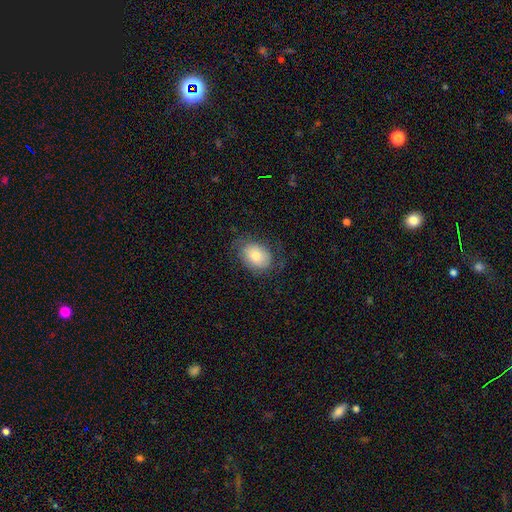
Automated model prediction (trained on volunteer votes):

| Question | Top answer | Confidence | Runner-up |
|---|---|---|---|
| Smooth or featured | smooth | 75% | featured or disk (17%) |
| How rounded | in between | 73% | round (26%) |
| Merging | none | 67% | minor disturbance (21%) |